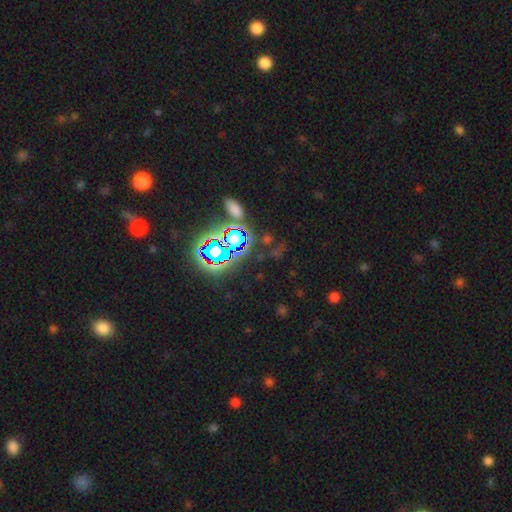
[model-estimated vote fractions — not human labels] A star or artifact, not a galaxy (76%).

Vote fractions:
- Smooth or featured? star or artifact: 76% / smooth: 14% / featured or disk: 10%